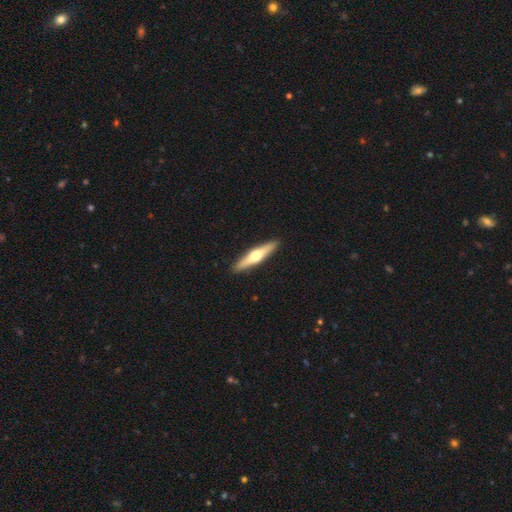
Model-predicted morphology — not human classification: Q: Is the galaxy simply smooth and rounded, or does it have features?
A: featured or disk — 54%.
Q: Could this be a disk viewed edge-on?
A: yes — 95%.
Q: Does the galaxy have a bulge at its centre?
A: rounded — 93%.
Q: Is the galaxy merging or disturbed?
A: none — 92%.